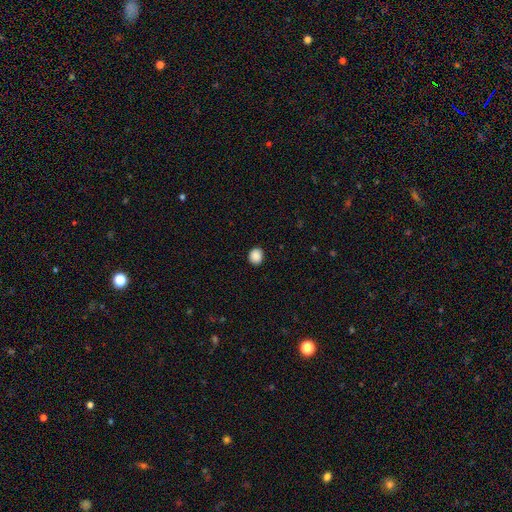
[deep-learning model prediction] Morphology: type=smooth (89%); roundness=round (76%); merging=none (91%).